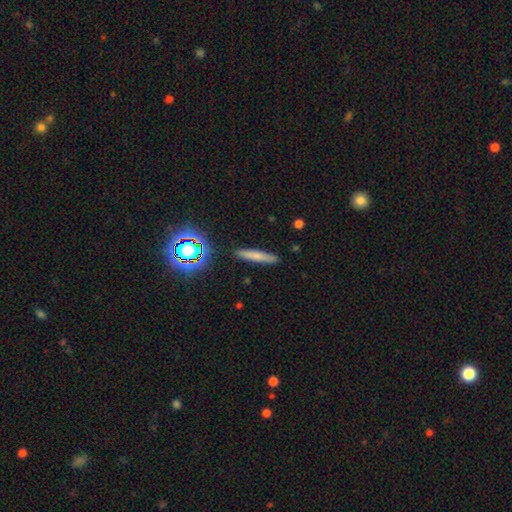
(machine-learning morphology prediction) The model was most divided on "smooth or featured": smooth: 65%, featured or disk: 23%, star or artifact: 12%. More confident: how rounded — cigar-shaped (91%); merging — none (89%).